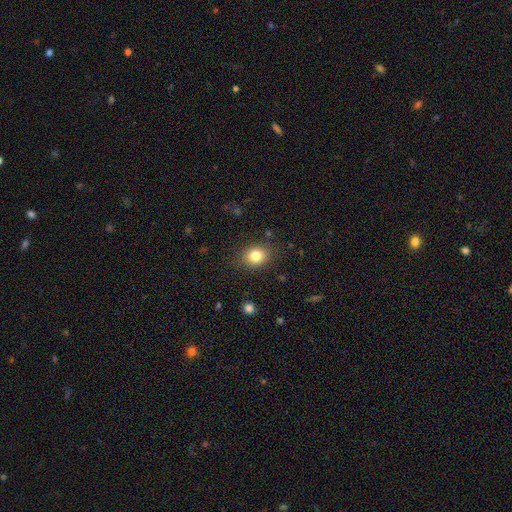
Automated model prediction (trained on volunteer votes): Q: Smooth or featured?
A: smooth (81%); runner-up: star or artifact (11%)
Q: How rounded?
A: round (56%); runner-up: in between (43%)
Q: Merging?
A: none (85%); runner-up: minor disturbance (11%)